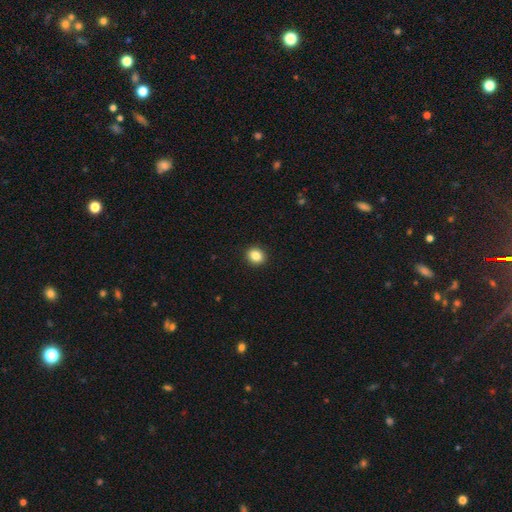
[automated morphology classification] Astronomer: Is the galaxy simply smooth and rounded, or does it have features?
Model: smooth — 86%.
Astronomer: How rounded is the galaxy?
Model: round — 76%.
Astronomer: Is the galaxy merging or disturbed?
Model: none — 92%.